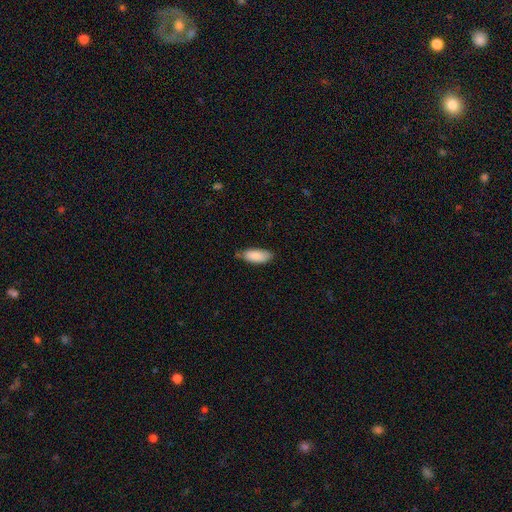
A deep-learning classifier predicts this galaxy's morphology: smooth 87%, featured or disk 7%, star or artifact 6%. Down the decision tree: how rounded — in between (85%); merging — none (67%).